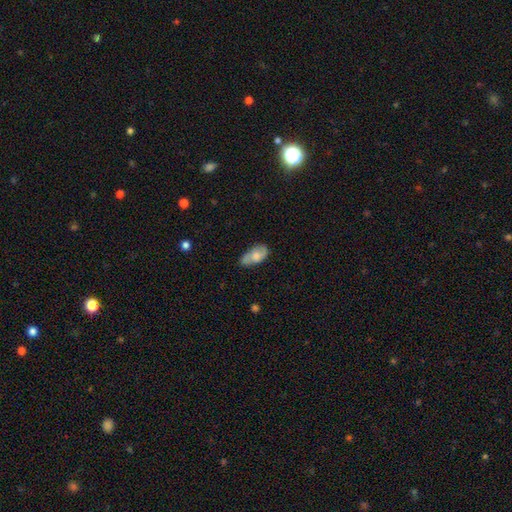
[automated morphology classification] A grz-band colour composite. It shows a smooth galaxy with no disk features (60%) that is in between round and cigar-shaped (90%). Merging: none (59%).